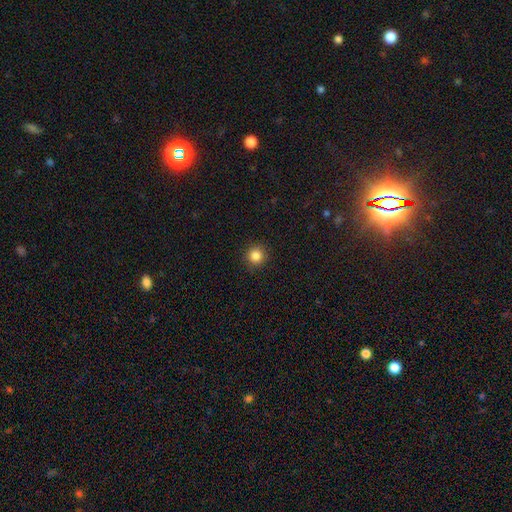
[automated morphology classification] This is clearly a smooth galaxy (85%). How rounded: clearly round (95%). Merging: clearly none (92%).